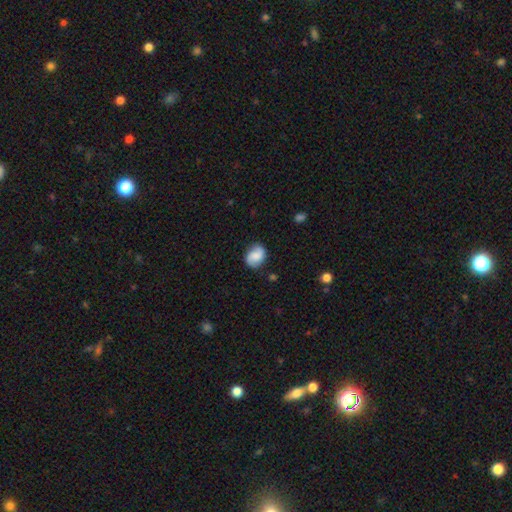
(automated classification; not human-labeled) A smooth galaxy with no disk features (67%) that is in between round and cigar-shaped (55%).

Vote fractions:
- Smooth or featured? smooth: 67% / featured or disk: 25% / star or artifact: 8%
- How rounded? in between: 55% / round: 44% / cigar-shaped: 1%
- Merging? none: 74% / minor disturbance: 19% / major disturbance: 4% / merger: 2%